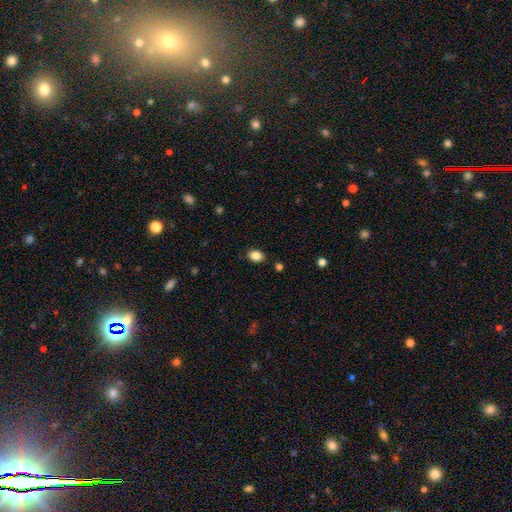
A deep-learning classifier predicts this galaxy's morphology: smooth-or-featured: smooth: 86% | star or artifact: 9% | featured or disk: 5%
  how-rounded: in between: 74% | round: 25% | cigar-shaped: 1%
  merging: none: 85% | minor disturbance: 10% | major disturbance: 2% | merger: 2%